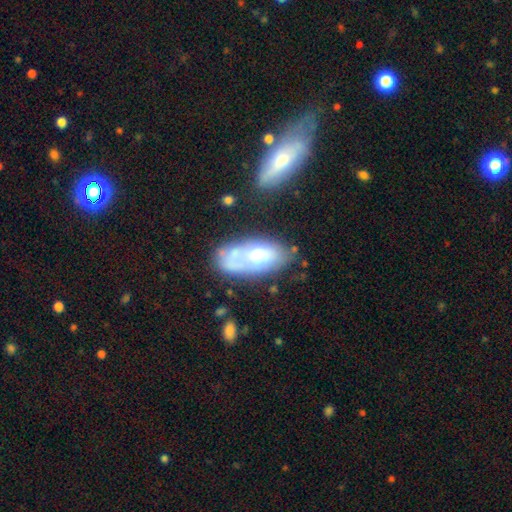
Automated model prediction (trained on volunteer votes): Overall: smooth (53%; featured or disk 40%). How rounded: in between (90%). Merging: none (47%; minor disturbance 25%).